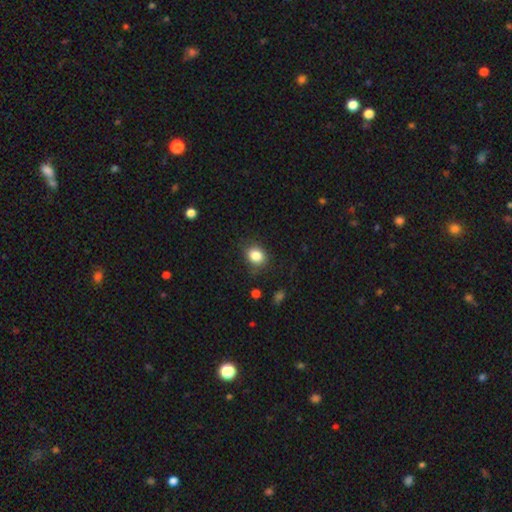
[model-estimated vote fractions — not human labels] Morphology: type=smooth (84%); roundness=round (60%); merging=none (79%).